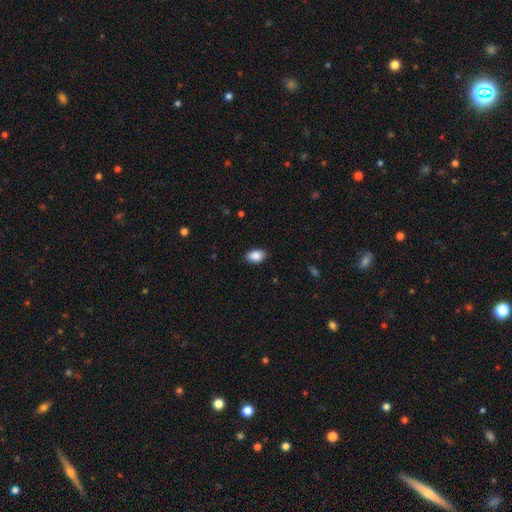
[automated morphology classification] A smooth galaxy with no disk features (89%) that is in between round and cigar-shaped (89%).

Vote fractions:
- Smooth or featured? smooth: 89% / star or artifact: 7% / featured or disk: 4%
- How rounded? in between: 89% / round: 9% / cigar-shaped: 1%
- Merging? none: 86% / minor disturbance: 11% / major disturbance: 2% / merger: 1%